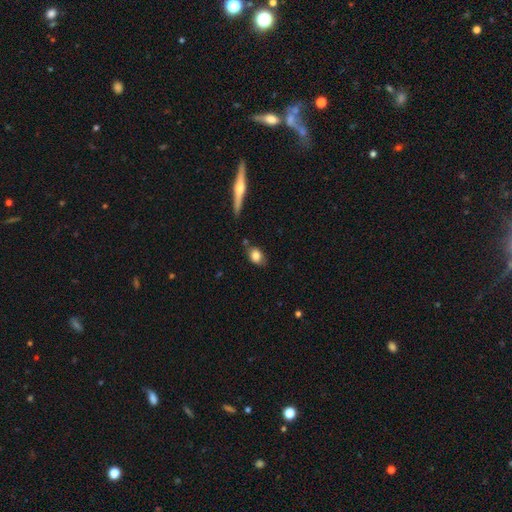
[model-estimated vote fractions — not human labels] The model was most divided on "how rounded": in between: 73%, round: 24%, cigar-shaped: 3%. More confident: smooth or featured — smooth (82%); merging — none (70%).